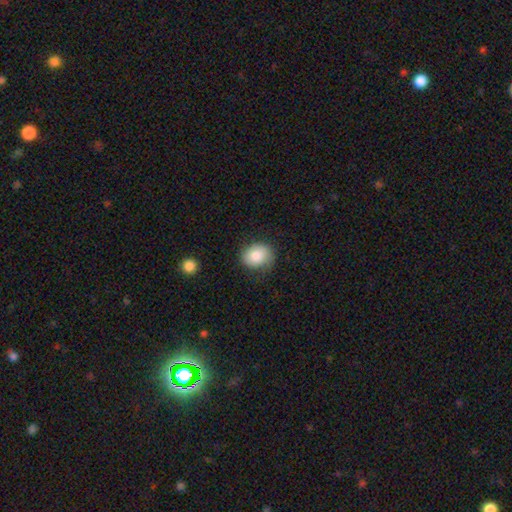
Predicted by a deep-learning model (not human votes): Overall: smooth (83%). How rounded: round (57%; in between 43%). Merging: none (68%).